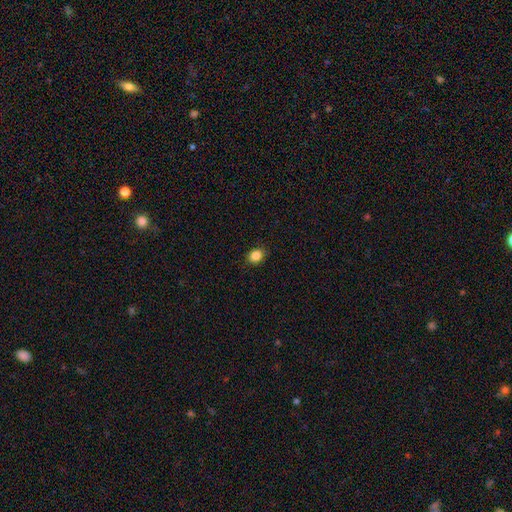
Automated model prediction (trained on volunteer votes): Smooth or featured: smooth — 86% (star or artifact — 10%)
How rounded: round — 51% (in between — 48%)
Merging: none — 90% (minor disturbance — 7%)